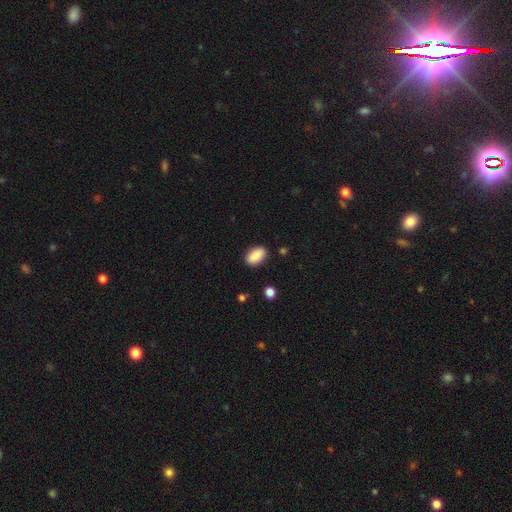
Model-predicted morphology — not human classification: This is clearly a smooth galaxy (89%). How rounded: clearly in between (92%). Merging: clearly none (86%).